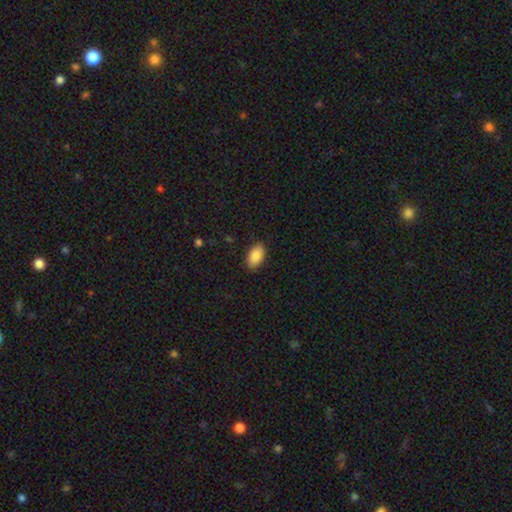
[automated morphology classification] Smooth or featured: smooth — 88% (star or artifact — 7%)
How rounded: in between — 93% (round — 5%)
Merging: none — 88% (minor disturbance — 9%)